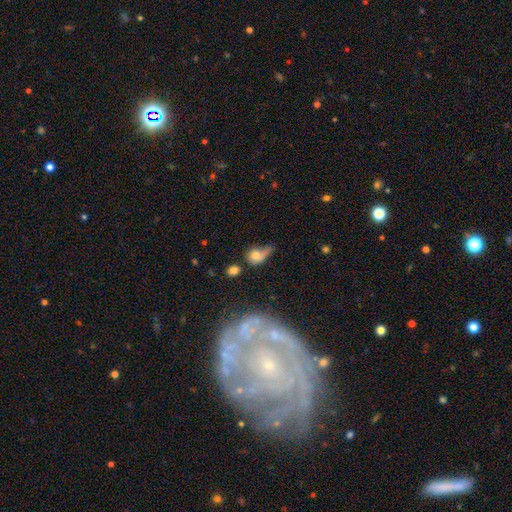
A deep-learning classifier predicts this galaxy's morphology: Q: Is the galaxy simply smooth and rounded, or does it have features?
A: smooth — 67%.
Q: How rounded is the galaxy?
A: round — 48%, tied with in between.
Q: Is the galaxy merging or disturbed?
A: major disturbance — 36%.